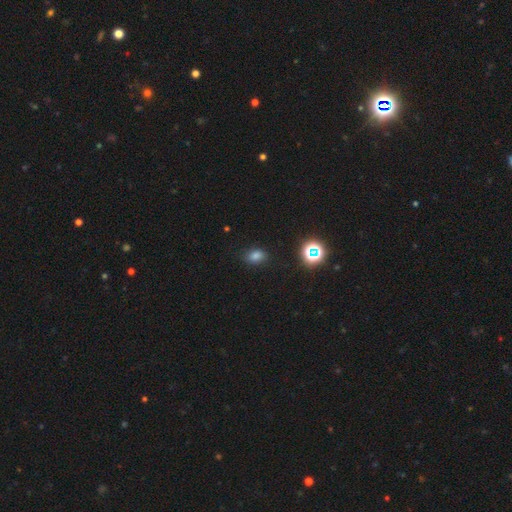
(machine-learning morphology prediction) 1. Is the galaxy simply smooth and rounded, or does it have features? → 77% smooth, 18% star or artifact, 5% featured or disk.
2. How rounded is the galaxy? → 75% in between, 24% round, 1% cigar-shaped.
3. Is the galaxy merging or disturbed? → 83% none, 12% minor disturbance, 3% major disturbance, 2% merger.